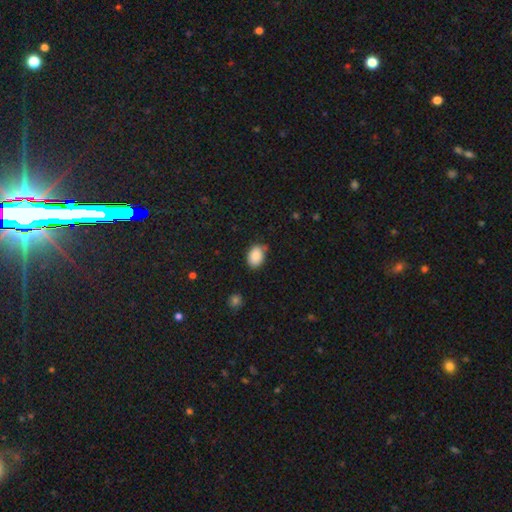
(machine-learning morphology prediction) The model was most divided on "merging": none: 71%, minor disturbance: 22%, major disturbance: 4%, merger: 2%. More confident: smooth or featured — smooth (87%); how rounded — in between (78%).